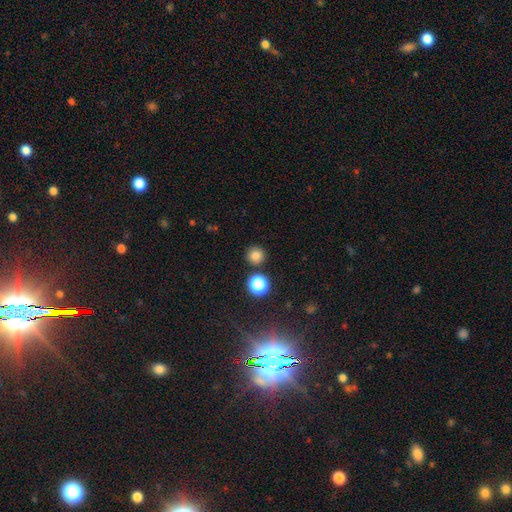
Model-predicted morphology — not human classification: A smooth galaxy with no disk features (80%) that is round (94%). Merging: none (87%).